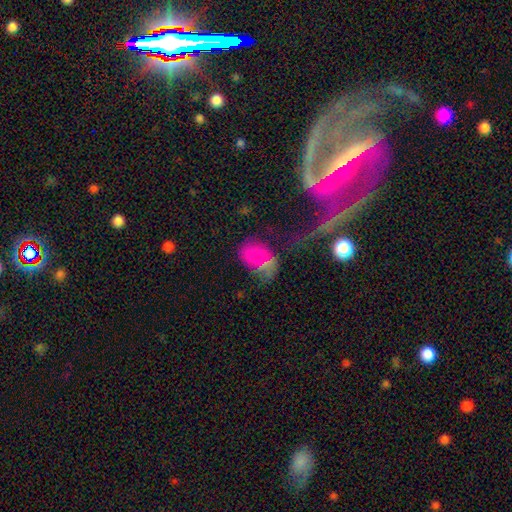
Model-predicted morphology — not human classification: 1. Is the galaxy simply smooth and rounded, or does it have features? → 64% smooth, 19% featured or disk, 17% star or artifact.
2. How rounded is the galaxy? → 83% in between, 15% round, 2% cigar-shaped.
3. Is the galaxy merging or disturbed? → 43% none, 24% minor disturbance, 18% merger, 16% major disturbance.